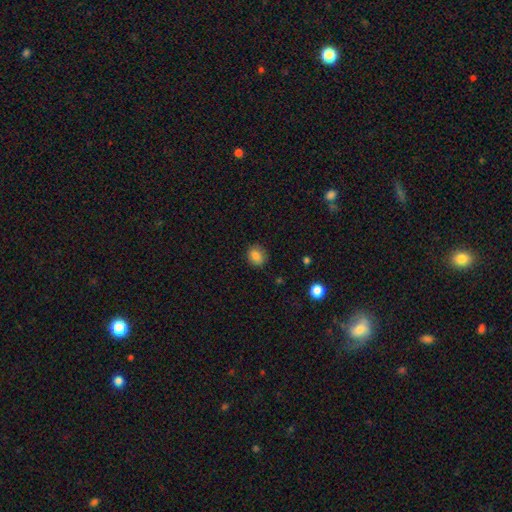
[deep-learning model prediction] smooth-or-featured: smooth: 85% | star or artifact: 10% | featured or disk: 5%
  how-rounded: round: 63% | in between: 36% | cigar-shaped: 1%
  merging: none: 84% | minor disturbance: 12% | major disturbance: 3% | merger: 1%